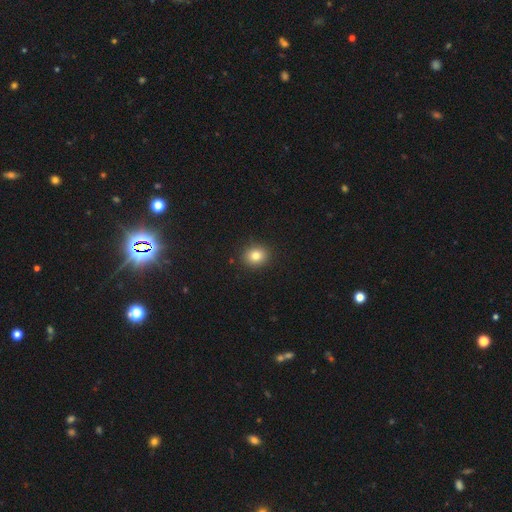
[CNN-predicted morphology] Smooth or featured?
  - smooth: 82% *
  - star or artifact: 11%
  - featured or disk: 7%
How rounded?
  - round: 71% *
  - in between: 28%
  - cigar-shaped: 1%
Merging?
  - none: 90% *
  - minor disturbance: 7%
  - major disturbance: 2%
  - merger: 1%